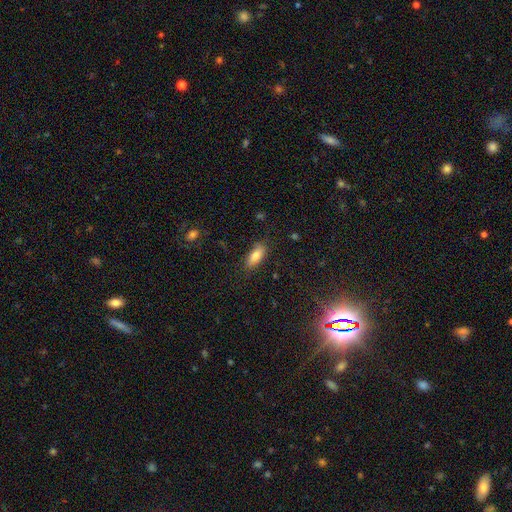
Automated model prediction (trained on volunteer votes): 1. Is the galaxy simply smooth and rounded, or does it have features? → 82% smooth, 11% featured or disk, 8% star or artifact.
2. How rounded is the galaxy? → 81% in between, 16% cigar-shaped, 3% round.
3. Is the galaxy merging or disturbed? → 79% none, 16% minor disturbance, 4% major disturbance, 2% merger.